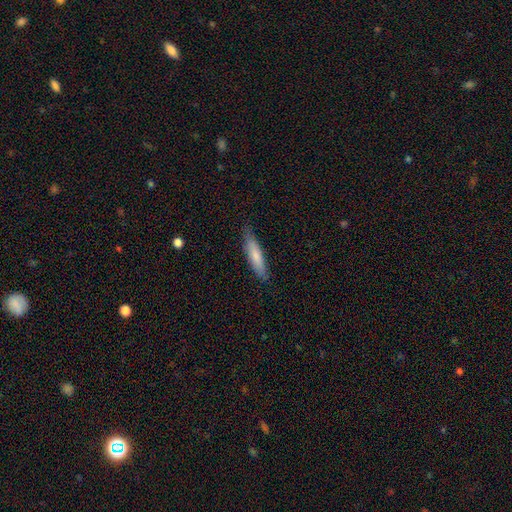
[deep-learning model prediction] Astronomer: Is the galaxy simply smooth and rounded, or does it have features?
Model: smooth — 76%.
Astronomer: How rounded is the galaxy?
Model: cigar-shaped — 81%.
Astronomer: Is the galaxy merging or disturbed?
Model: none — 81%.